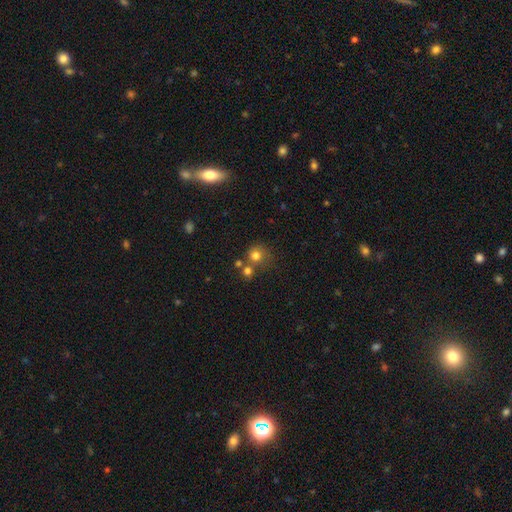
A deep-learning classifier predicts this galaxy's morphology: A smooth galaxy with no disk features (75%) that is round (89%).

Vote fractions:
- Smooth or featured? smooth: 75% / star or artifact: 15% / featured or disk: 9%
- How rounded? round: 89% / in between: 10% / cigar-shaped: 1%
- Merging? none: 57% / merger: 28% / minor disturbance: 10% / major disturbance: 5%